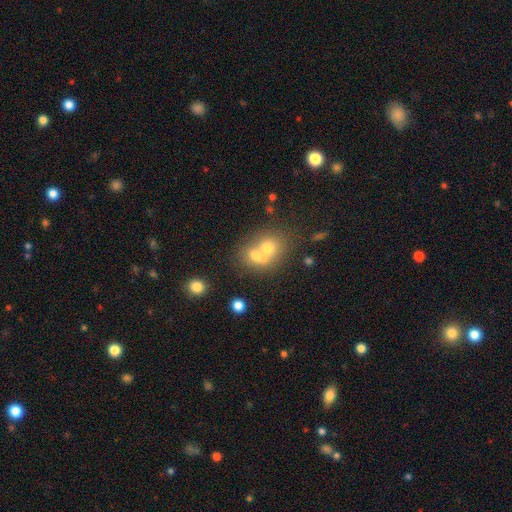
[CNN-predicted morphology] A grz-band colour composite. It shows a smooth galaxy with no disk features (63%) that is round (68%). Merging: merger (62%).